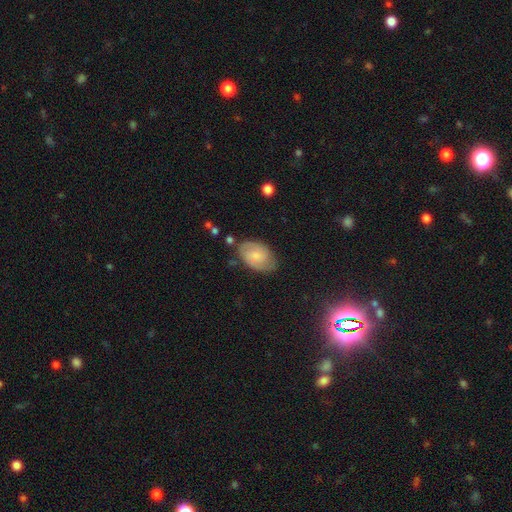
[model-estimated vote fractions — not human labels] A smooth galaxy with no disk features (53%) that is in between round and cigar-shaped (88%). Merging: none (69%).